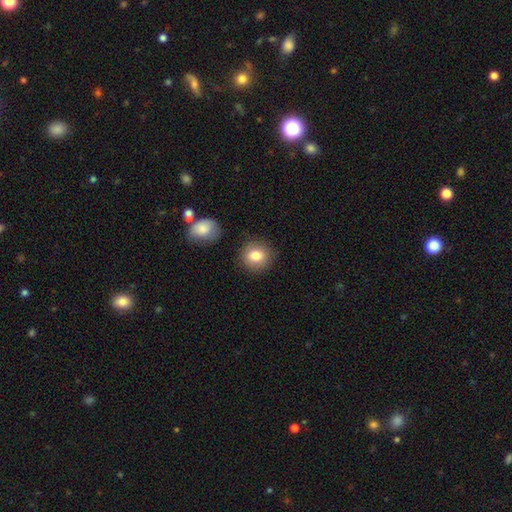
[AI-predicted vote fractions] This appears to be a smooth galaxy with no disk features (83%) that is round (85%). Merging: none (85%).